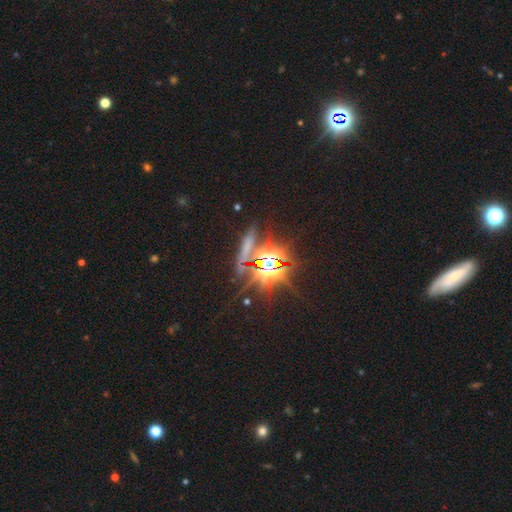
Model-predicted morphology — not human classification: The model was most divided on "smooth or featured": star or artifact: 81%, smooth: 10%, featured or disk: 8%.